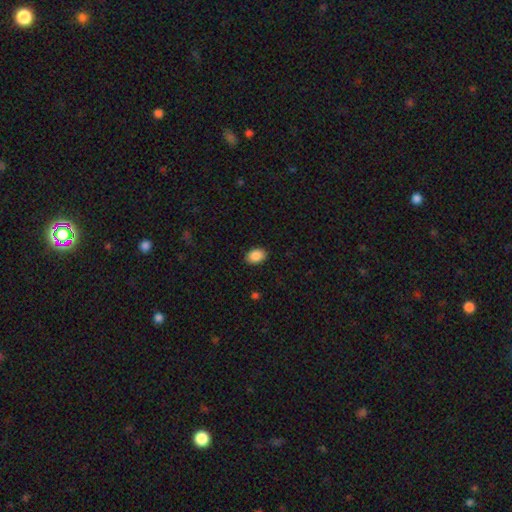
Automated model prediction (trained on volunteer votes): smooth 88%, star or artifact 8%, featured or disk 4%. Down the decision tree: how rounded — in between (81%); merging — none (88%).